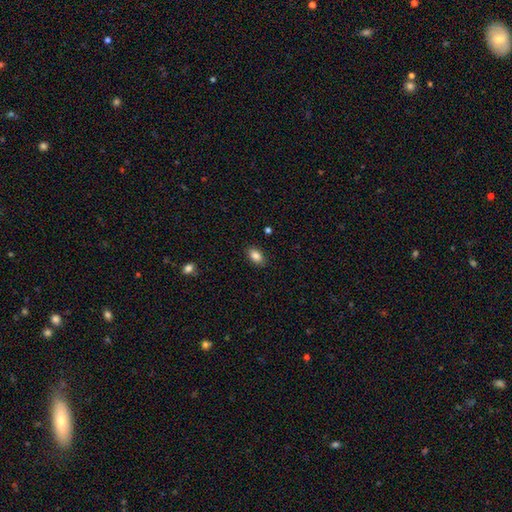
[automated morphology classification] Smooth or featured? smooth (86%)
How rounded? in between (89%)
Merging? none (88%)